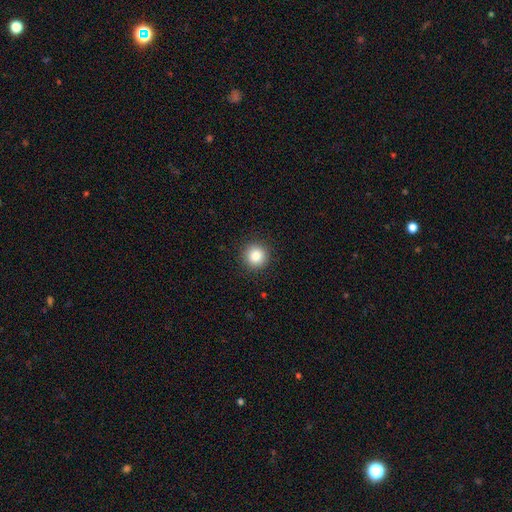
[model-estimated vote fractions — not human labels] This appears to be a smooth galaxy with no disk features (85%) that is round (94%). Merging: none (91%).